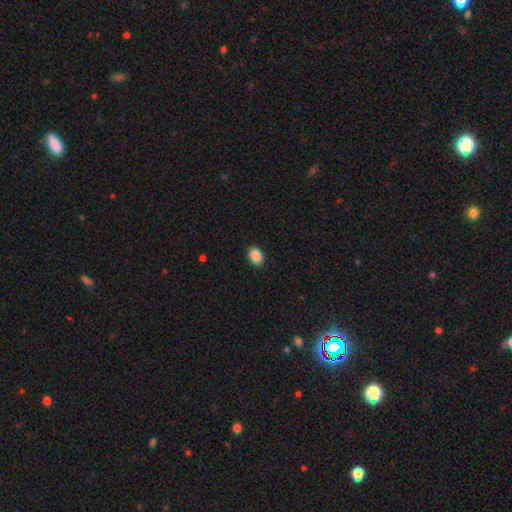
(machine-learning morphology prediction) Q: Smooth or featured?
A: smooth (89%); runner-up: star or artifact (8%)
Q: How rounded?
A: in between (78%); runner-up: round (21%)
Q: Merging?
A: none (90%); runner-up: minor disturbance (7%)